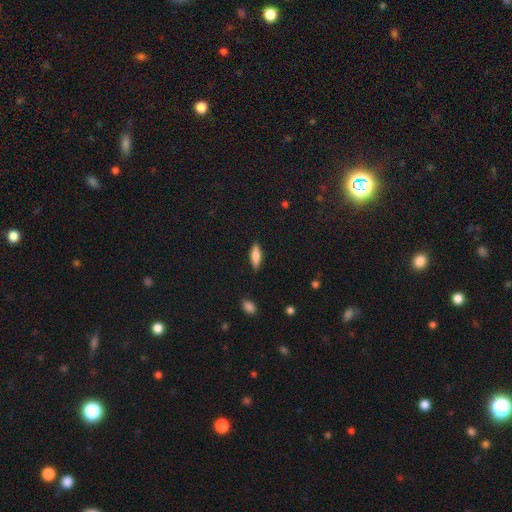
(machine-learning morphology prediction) smooth_or_featured: smooth (p=0.80) [alt: featured or disk p=0.14]
how_rounded: in between (p=0.54) [alt: cigar-shaped p=0.44]
merging: none (p=0.84) [alt: minor disturbance p=0.13]